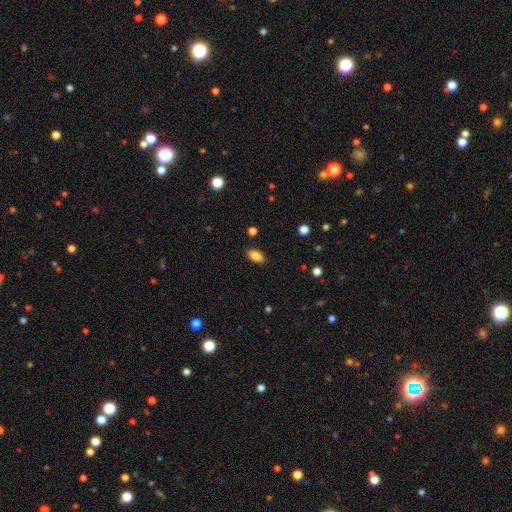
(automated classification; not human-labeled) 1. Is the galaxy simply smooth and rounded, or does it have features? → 85% smooth, 9% star or artifact, 6% featured or disk.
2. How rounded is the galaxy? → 90% in between, 6% round, 3% cigar-shaped.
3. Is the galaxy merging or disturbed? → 87% none, 9% minor disturbance, 2% major disturbance, 1% merger.